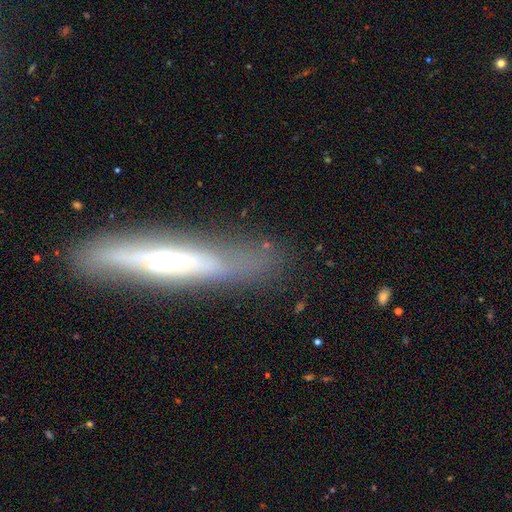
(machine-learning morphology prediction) Smooth or featured? Predicted: featured or disk (p=0.64). Edge-on disk? Predicted: yes (p=0.77). Merging? Predicted: none (p=0.76).